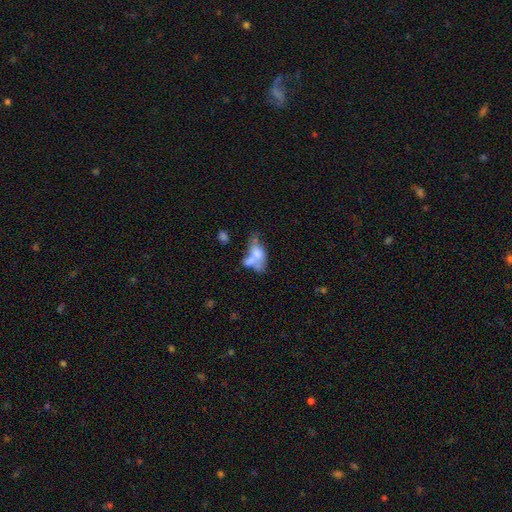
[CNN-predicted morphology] Overall: smooth (55%; featured or disk 36%). How rounded: in between (83%). Merging: merger (51%; none 20%).